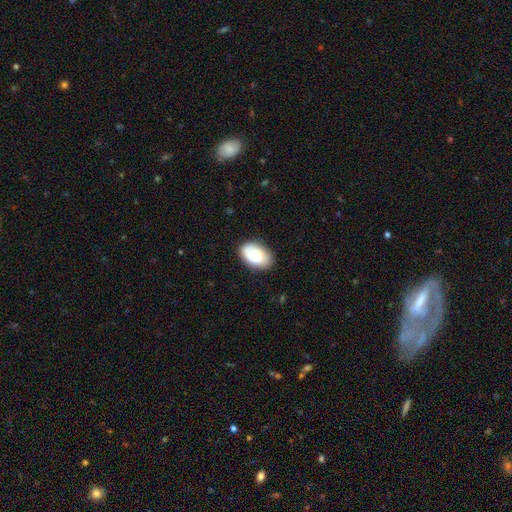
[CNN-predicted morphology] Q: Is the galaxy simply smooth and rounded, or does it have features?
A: smooth — 70%.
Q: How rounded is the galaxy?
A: in between — 91%.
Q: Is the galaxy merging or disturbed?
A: none — 82%.